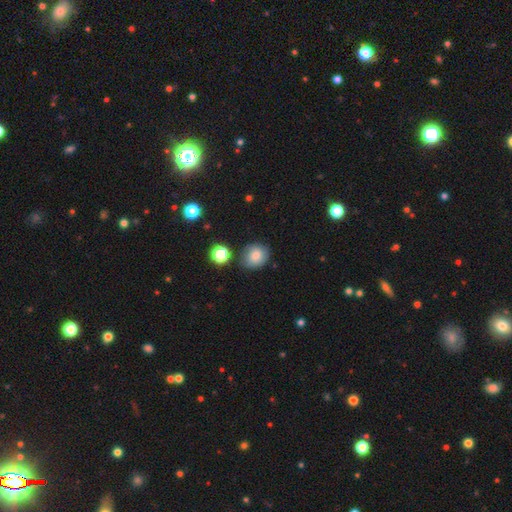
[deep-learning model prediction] smooth-or-featured: smooth: 80% | star or artifact: 10% | featured or disk: 10%
  how-rounded: round: 72% | in between: 27% | cigar-shaped: 1%
  merging: none: 75% | minor disturbance: 17% | merger: 4% | major disturbance: 4%